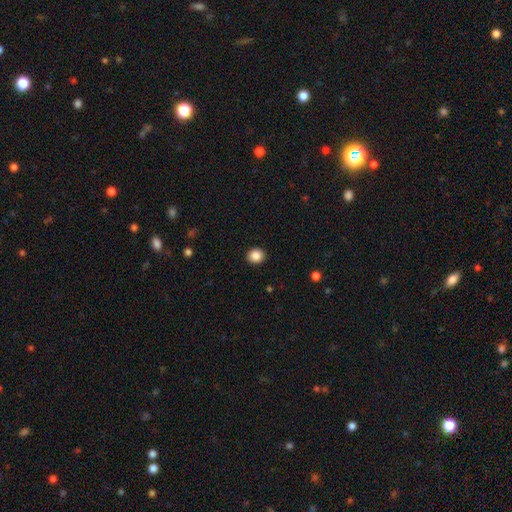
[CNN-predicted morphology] smooth 87%, star or artifact 9%, featured or disk 3%. Down the decision tree: how rounded — round (82%); merging — none (92%).